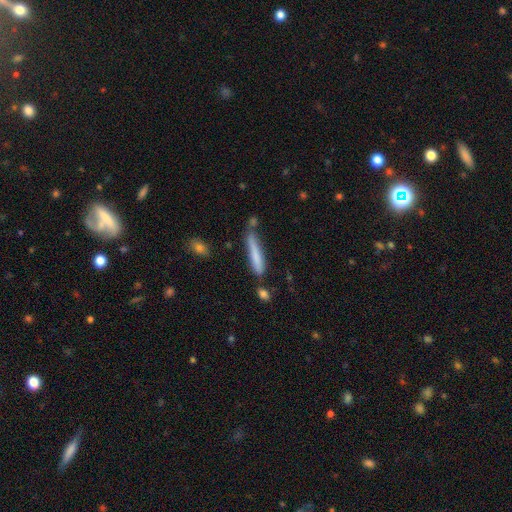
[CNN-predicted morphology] This is likely a smooth galaxy (75%). How rounded: clearly cigar-shaped (91%). Merging: likely none (63%).